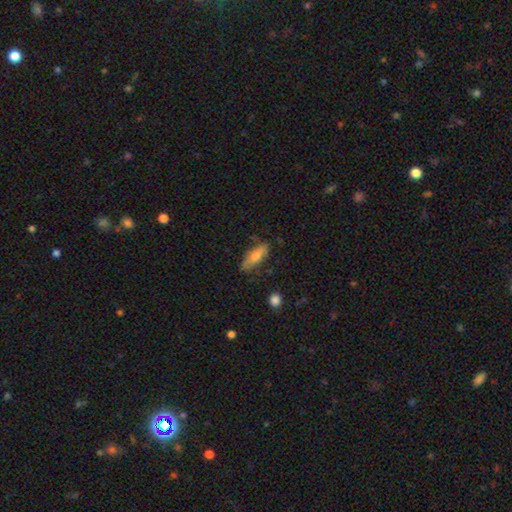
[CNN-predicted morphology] This appears to be a smooth galaxy with no disk features (76%) that is in between round and cigar-shaped (56%). Merging: none (70%).